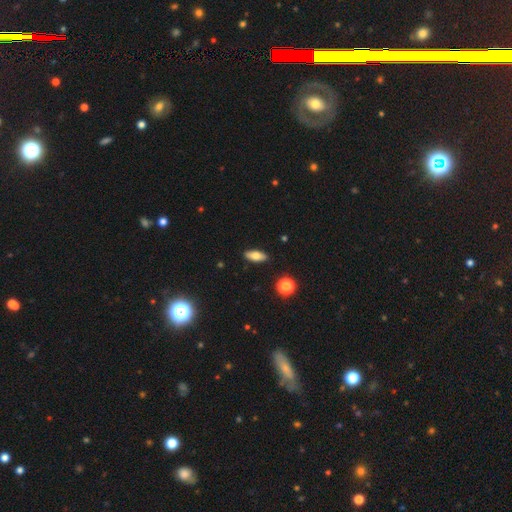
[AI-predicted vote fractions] This appears to be a smooth galaxy with no disk features (74%) that is in between round and cigar-shaped (78%). Merging: none (88%).